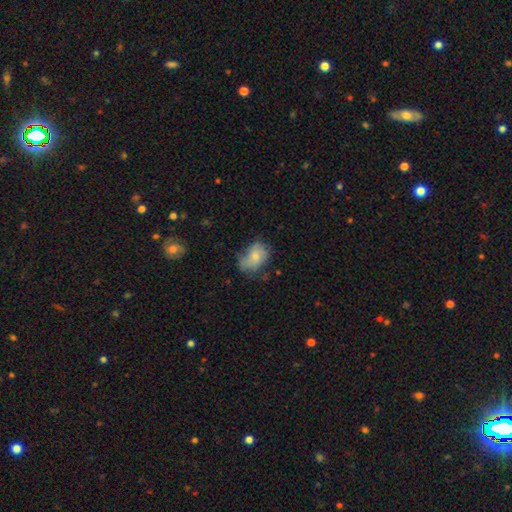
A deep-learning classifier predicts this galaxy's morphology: smooth-or-featured: smooth: 69% | featured or disk: 23% | star or artifact: 8%
  how-rounded: in between: 75% | round: 23% | cigar-shaped: 1%
  merging: none: 46% | minor disturbance: 35% | major disturbance: 16% | merger: 3%